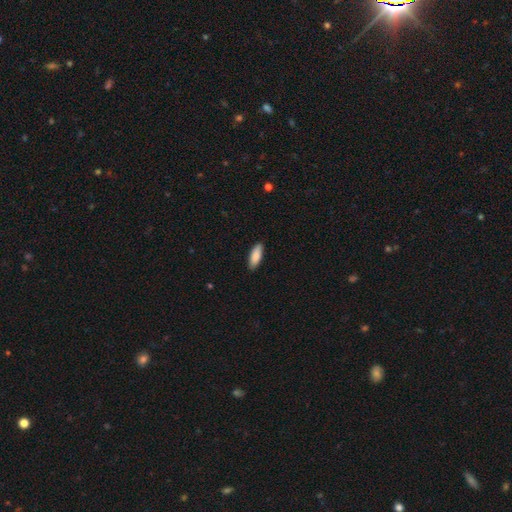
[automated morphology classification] This is clearly a smooth galaxy (88%). How rounded: likely in between (65%). Merging: clearly none (88%).